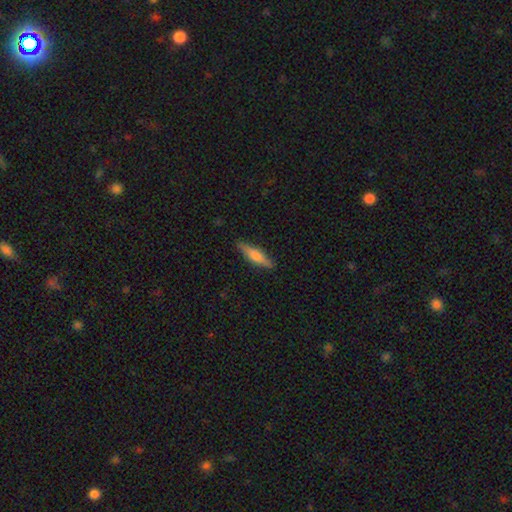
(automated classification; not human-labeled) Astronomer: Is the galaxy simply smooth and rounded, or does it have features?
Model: smooth — 54% (runner-up: featured or disk, 40%).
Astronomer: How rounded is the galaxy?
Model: cigar-shaped — 75%.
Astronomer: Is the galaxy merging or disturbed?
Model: none — 87%.